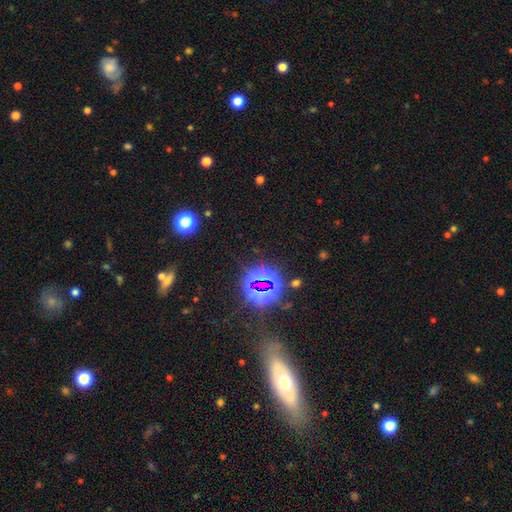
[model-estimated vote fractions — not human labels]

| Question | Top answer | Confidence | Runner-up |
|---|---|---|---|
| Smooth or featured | star or artifact | 54% | featured or disk (23%) |